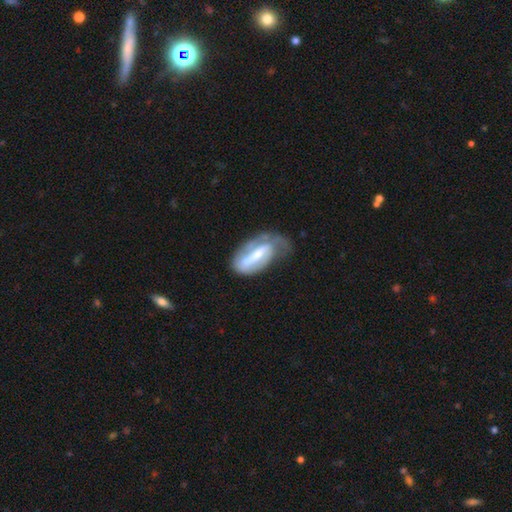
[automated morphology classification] Smooth or featured?
  - featured or disk: 73% *
  - smooth: 21%
  - star or artifact: 6%
Edge-on disk?
  - no: 92% *
  - yes: 8%
Bar?
  - strong: 59% *
  - weak: 28%
  - no: 13%
Spiral arms?
  - yes: 82% *
  - no: 18%
Spiral winding?
  - medium: 39% *
  - tight: 36%
  - loose: 25%
Spiral arm count?
  - 2: 58% *
  - 1: 23%
  - can't tell: 15%
  - 3: 2%
  - 4: 1%
  - more than 4: 1%
Bulge size?
  - moderate: 45% *
  - small: 42%
  - large: 7%
  - none: 5%
  - dominant: 1%
Merging?
  - none: 41% *
  - minor disturbance: 32%
  - major disturbance: 24%
  - merger: 3%